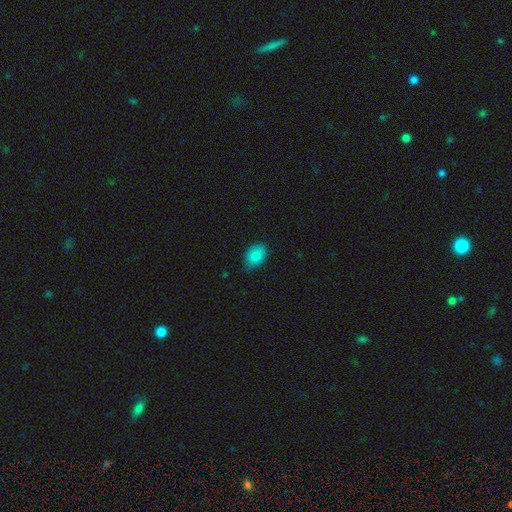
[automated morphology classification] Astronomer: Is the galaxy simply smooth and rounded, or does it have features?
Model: smooth — 86%.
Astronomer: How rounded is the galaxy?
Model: in between — 80%.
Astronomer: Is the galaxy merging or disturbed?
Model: none — 71%.